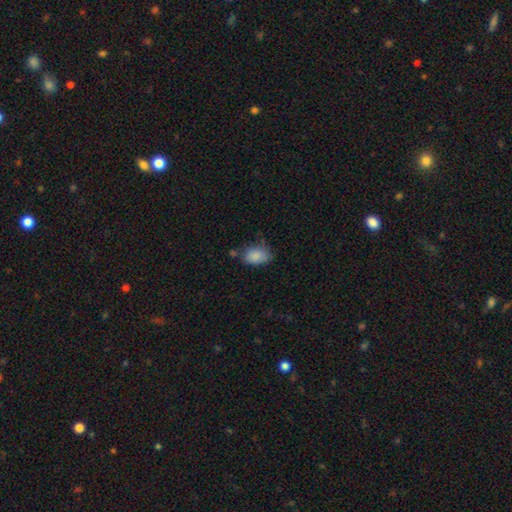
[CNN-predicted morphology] Overall: smooth (86%). How rounded: in between (83%). Merging: none (58%; minor disturbance 28%).